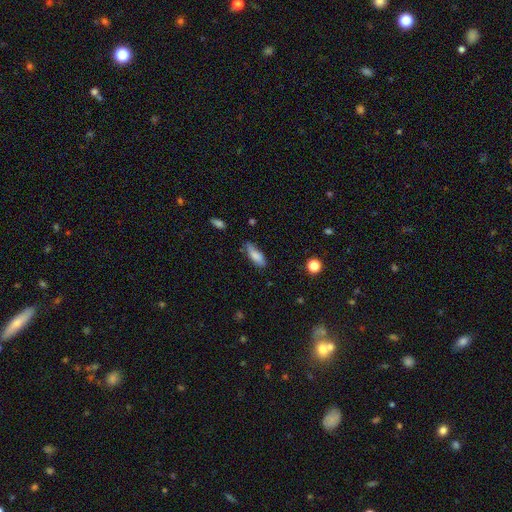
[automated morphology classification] The model was most divided on "how rounded": in between: 58%, cigar-shaped: 39%, round: 2%. More confident: smooth or featured — smooth (81%); merging — none (67%).